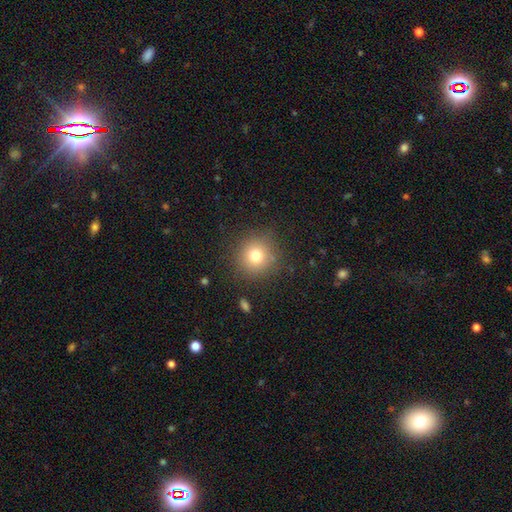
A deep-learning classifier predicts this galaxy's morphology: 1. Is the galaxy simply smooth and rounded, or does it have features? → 76% smooth, 14% star or artifact, 10% featured or disk.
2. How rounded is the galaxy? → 92% round, 7% in between, 1% cigar-shaped.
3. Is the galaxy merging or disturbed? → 86% none, 9% minor disturbance, 4% major disturbance, 2% merger.